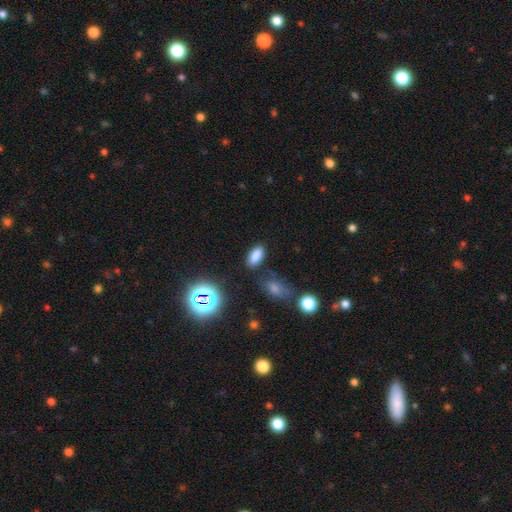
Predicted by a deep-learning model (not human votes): smooth 80%, star or artifact 15%, featured or disk 5%. Down the decision tree: how rounded — in between (91%); merging — none (83%).